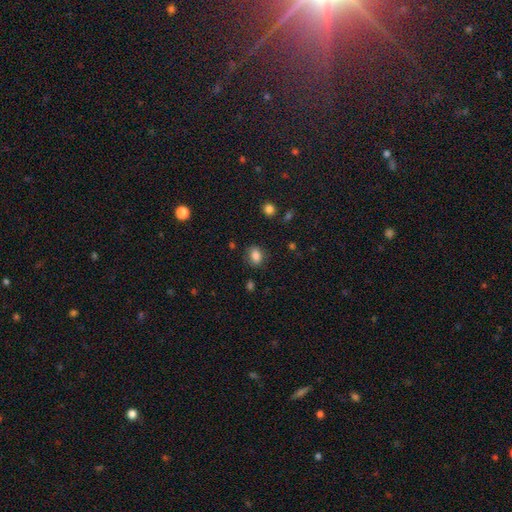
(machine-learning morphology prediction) Overall: smooth (84%). How rounded: in between (66%; round 33%). Merging: none (81%).